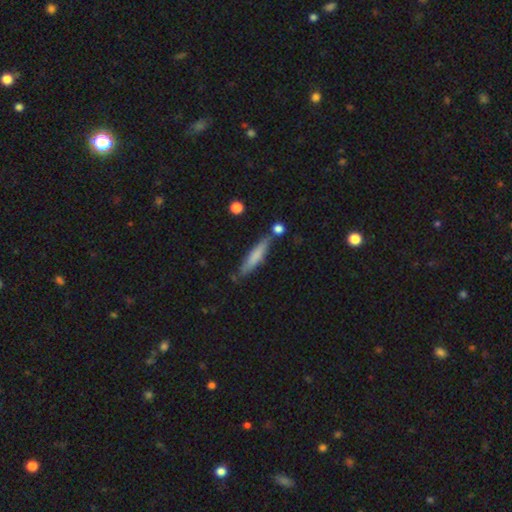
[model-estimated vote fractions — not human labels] A smooth galaxy with no disk features (68%) that is cigar-shaped (87%). Merging: none (71%).